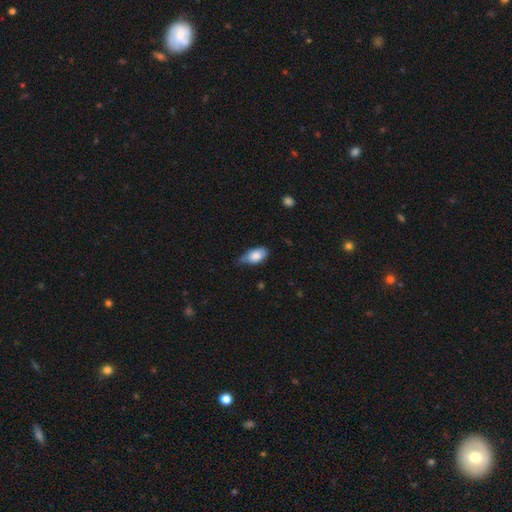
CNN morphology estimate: A smooth galaxy with no disk features (82%) that is in between round and cigar-shaped (91%).

Vote fractions:
- Smooth or featured? smooth: 82% / featured or disk: 11% / star or artifact: 7%
- How rounded? in between: 91% / cigar-shaped: 5% / round: 5%
- Merging? minor disturbance: 46% / none: 43% / major disturbance: 9% / merger: 2%